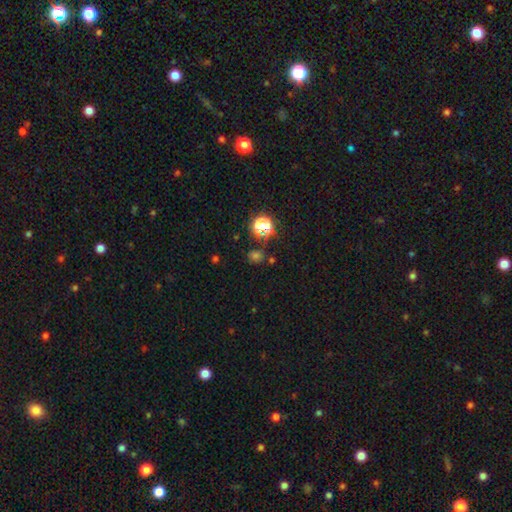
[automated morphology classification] This is possibly a smooth galaxy (54%). How rounded: likely round (75%). Merging: likely none (76%).